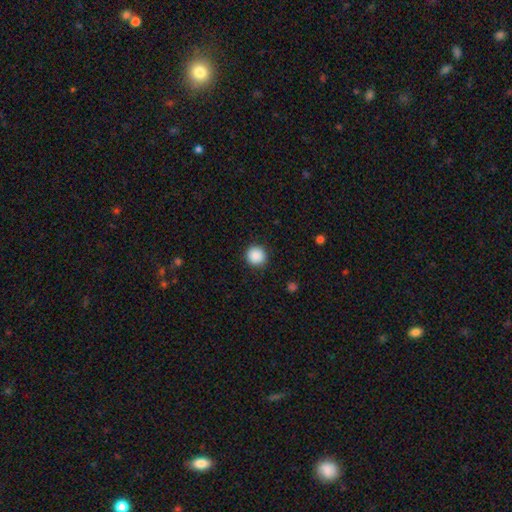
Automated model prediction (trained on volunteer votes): A smooth galaxy with no disk features (89%) that is round (95%). Merging: none (92%).